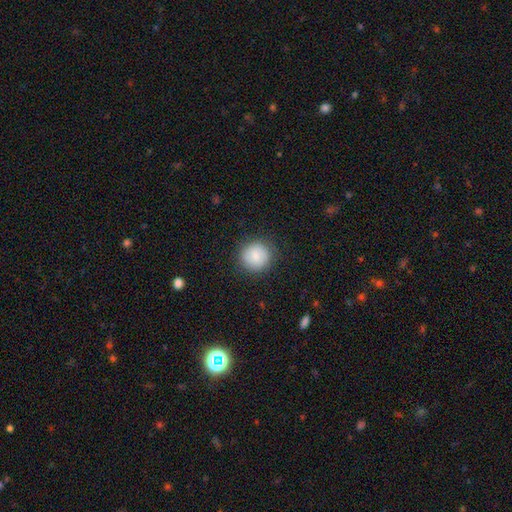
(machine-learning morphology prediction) smooth-or-featured: smooth: 84% | featured or disk: 8% | star or artifact: 8%
  how-rounded: round: 93% | in between: 6% | cigar-shaped: 1%
  merging: none: 86% | minor disturbance: 9% | major disturbance: 3% | merger: 1%